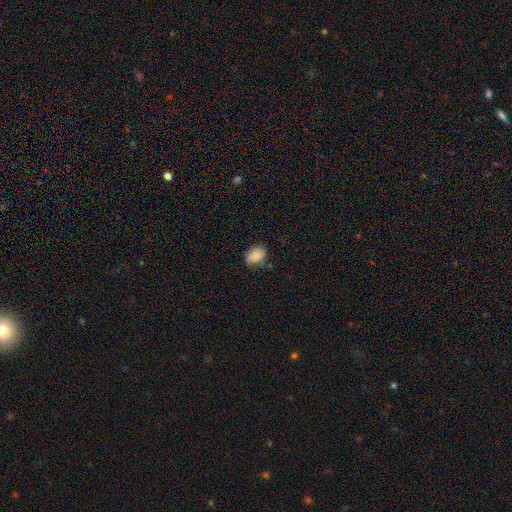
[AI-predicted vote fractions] Morphology: type=smooth (85%); roundness=in between (81%); merging=none (74%).